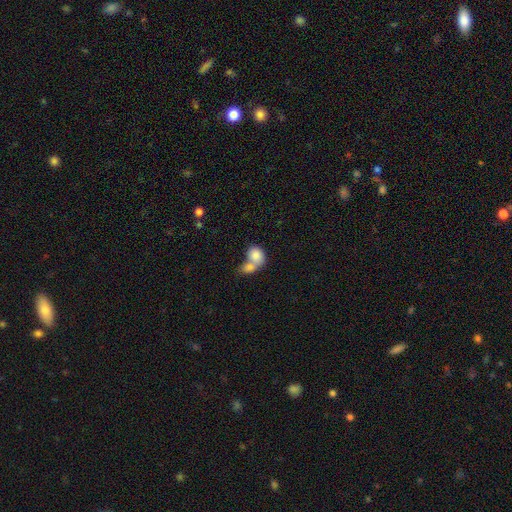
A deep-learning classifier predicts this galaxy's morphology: This appears to be a smooth galaxy with no disk features (81%) that is in between round and cigar-shaped (54%). Merging: merger (72%).